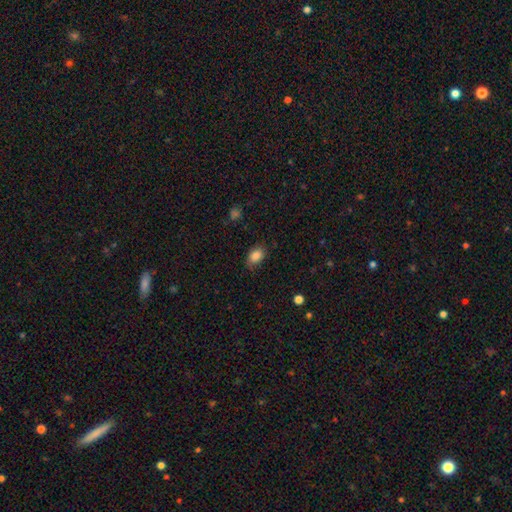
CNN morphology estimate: smooth-or-featured: smooth: 86% | star or artifact: 9% | featured or disk: 5%
  how-rounded: in between: 82% | round: 17% | cigar-shaped: 1%
  merging: none: 75% | minor disturbance: 19% | major disturbance: 4% | merger: 1%